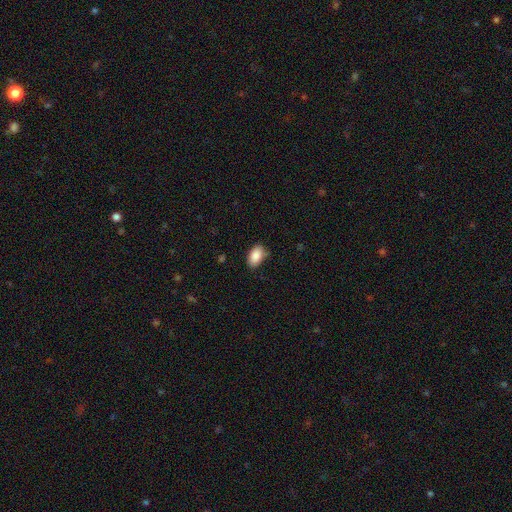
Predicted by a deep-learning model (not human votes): Smooth or featured?
  - smooth: 88% *
  - star or artifact: 7%
  - featured or disk: 5%
How rounded?
  - in between: 92% *
  - round: 6%
  - cigar-shaped: 2%
Merging?
  - none: 74% *
  - minor disturbance: 21%
  - major disturbance: 3%
  - merger: 1%